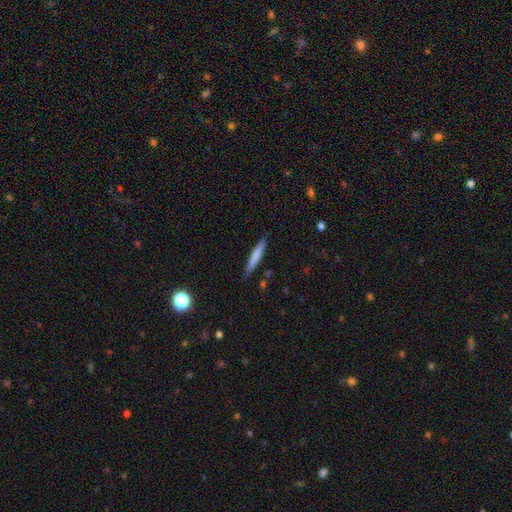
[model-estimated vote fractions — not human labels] smooth_or_featured: smooth (p=0.75) [alt: featured or disk p=0.20]
how_rounded: cigar-shaped (p=0.94) [alt: in between p=0.05]
merging: none (p=0.85) [alt: minor disturbance p=0.11]